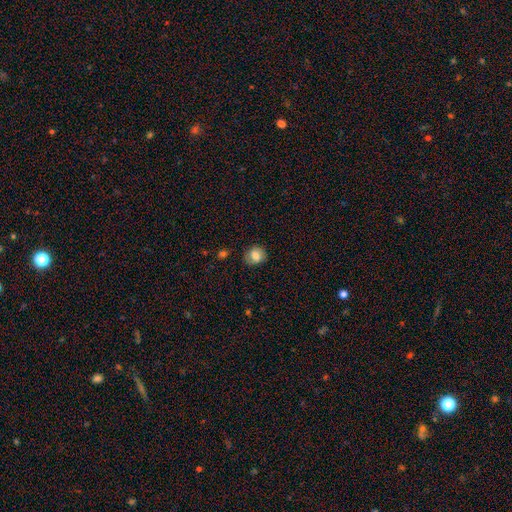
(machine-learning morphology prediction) This appears to be a smooth galaxy with no disk features (79%) that is round (69%). Merging: none (79%).